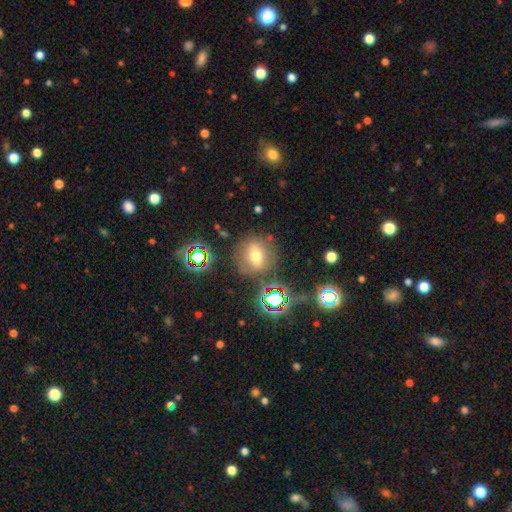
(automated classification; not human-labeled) A smooth galaxy with no disk features (48%). Merging: none (78%).